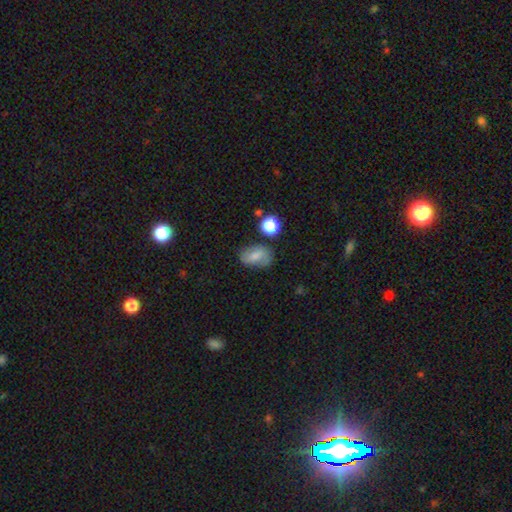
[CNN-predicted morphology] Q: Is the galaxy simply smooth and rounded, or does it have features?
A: smooth — 64%.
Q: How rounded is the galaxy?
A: in between — 80%.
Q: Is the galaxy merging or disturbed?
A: none — 66%.